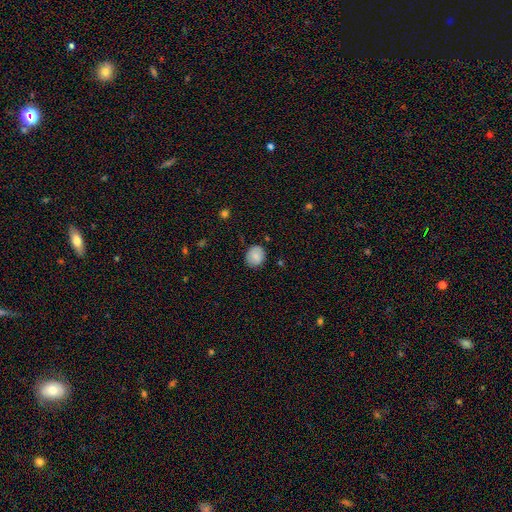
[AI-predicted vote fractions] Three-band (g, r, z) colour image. It shows a smooth galaxy with no disk features (84%) that is round (75%). Merging: none (83%).